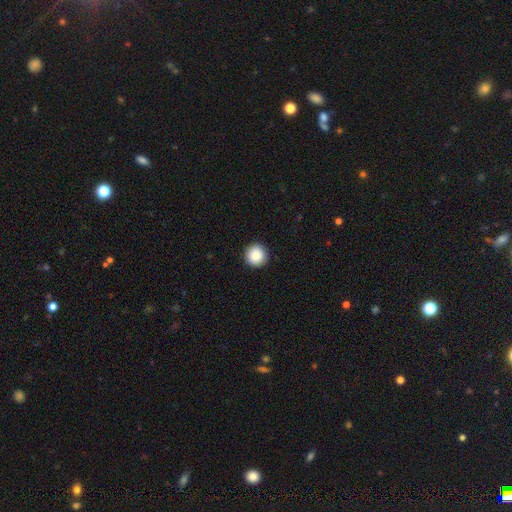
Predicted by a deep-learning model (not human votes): Smooth or featured? Predicted: smooth (p=0.87). How rounded? Predicted: round (p=0.96). Merging? Predicted: none (p=0.93).